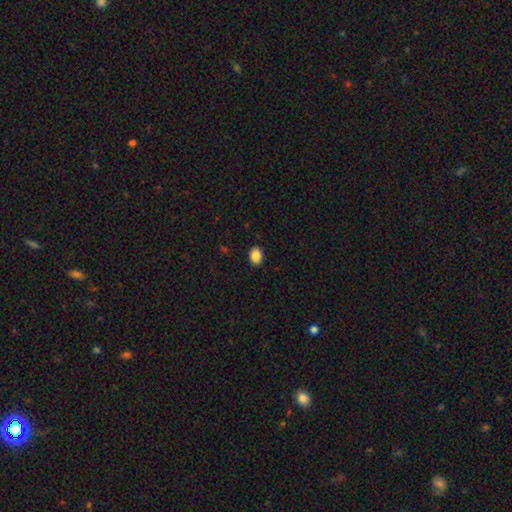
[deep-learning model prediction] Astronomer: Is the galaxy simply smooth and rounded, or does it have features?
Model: smooth — 87%.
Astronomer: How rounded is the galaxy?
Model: in between — 74%.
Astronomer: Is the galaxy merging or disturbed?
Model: none — 90%.